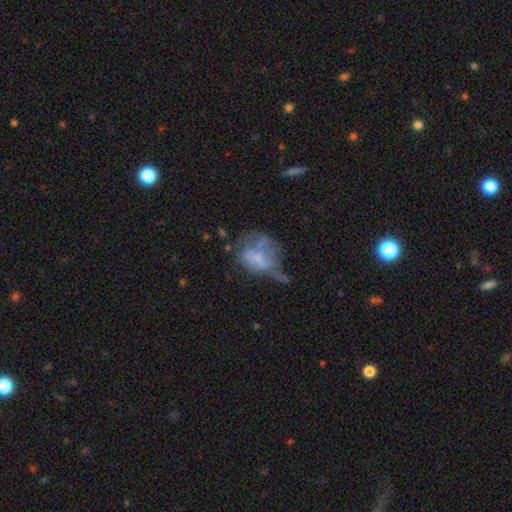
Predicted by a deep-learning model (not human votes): Morphology: type=smooth (47%); merging=major disturbance (39%).